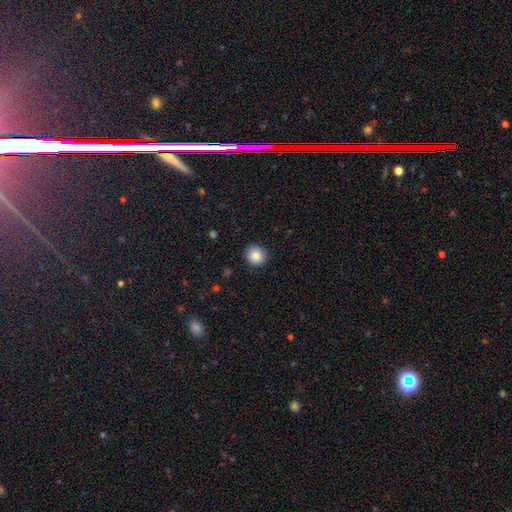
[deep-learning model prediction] The model was most divided on "smooth or featured": smooth: 86%, star or artifact: 9%, featured or disk: 5%. More confident: how rounded — round (93%); merging — none (91%).